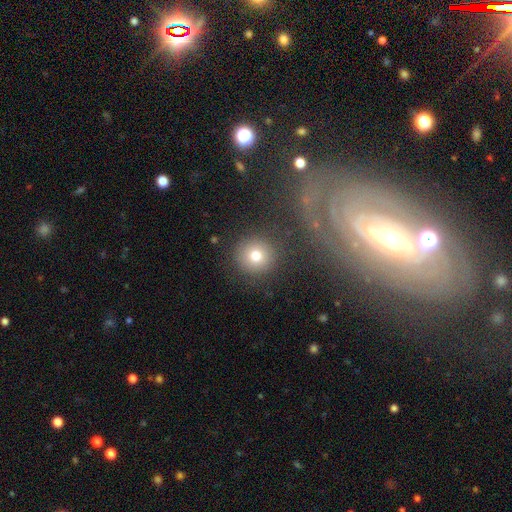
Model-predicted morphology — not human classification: The model was most divided on "smooth or featured": smooth: 77%, star or artifact: 13%, featured or disk: 11%. More confident: how rounded — round (93%); merging — none (87%).